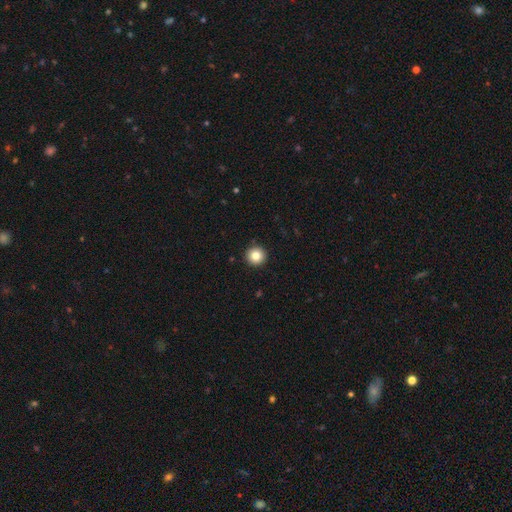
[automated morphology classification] A smooth galaxy with no disk features (83%) that is round (96%). Merging: none (93%).